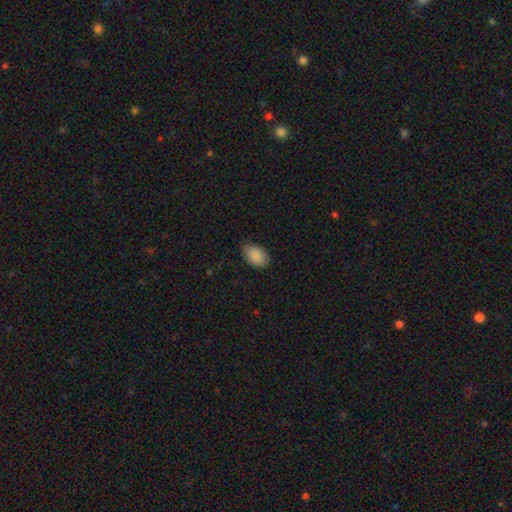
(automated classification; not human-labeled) Smooth or featured: smooth — 88% (star or artifact — 7%)
How rounded: in between — 89% (round — 10%)
Merging: none — 73% (minor disturbance — 23%)